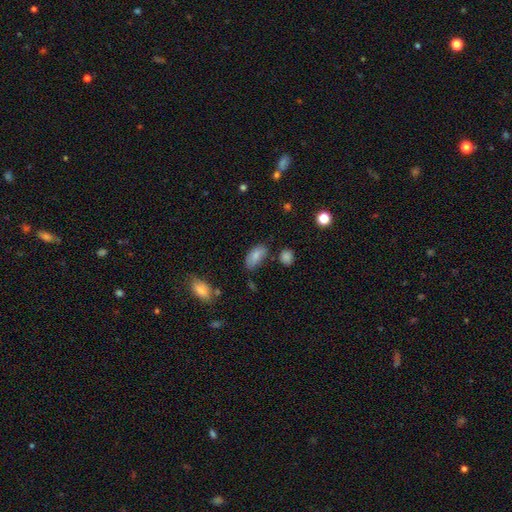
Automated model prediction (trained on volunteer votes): The model was most divided on "merging": none: 63%, minor disturbance: 26%, major disturbance: 6%, merger: 4%. More confident: how rounded — in between (92%); smooth or featured — smooth (81%).